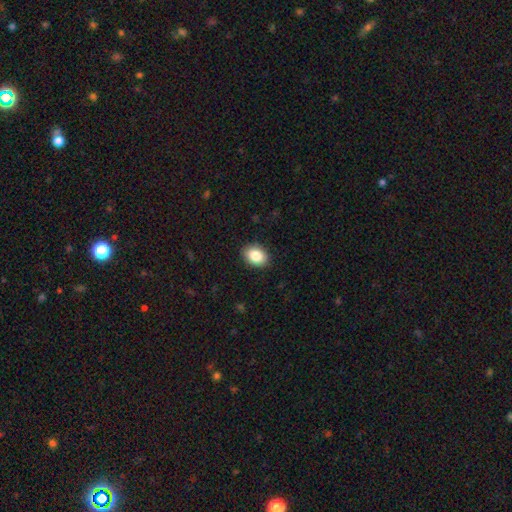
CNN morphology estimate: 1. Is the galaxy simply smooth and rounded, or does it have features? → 87% smooth, 7% star or artifact, 5% featured or disk.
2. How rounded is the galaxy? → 73% in between, 26% round, 1% cigar-shaped.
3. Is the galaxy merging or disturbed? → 89% none, 8% minor disturbance, 2% major disturbance, 1% merger.